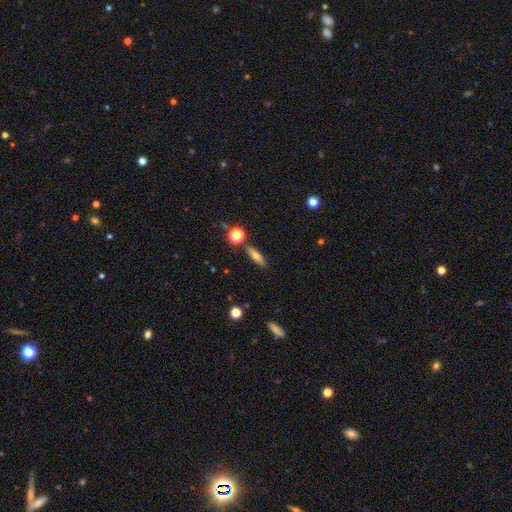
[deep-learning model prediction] A smooth galaxy with no disk features (66%) that is in between round and cigar-shaped (48%). Merging: none (82%).